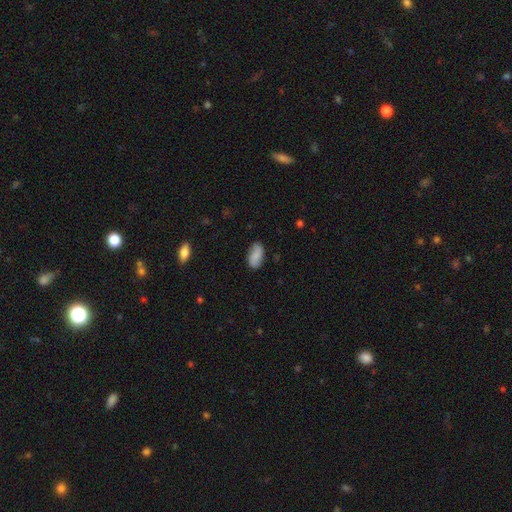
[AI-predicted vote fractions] Overall: smooth (77%). How rounded: in between (93%). Merging: none (82%).